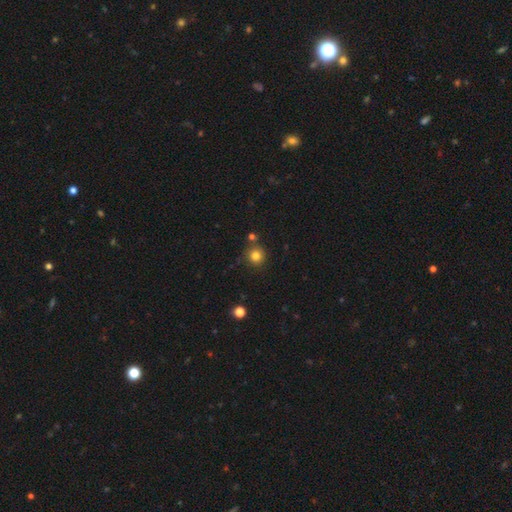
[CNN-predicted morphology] Smooth or featured: smooth — 81% (star or artifact — 13%)
How rounded: round — 93% (in between — 6%)
Merging: none — 81% (minor disturbance — 8%)